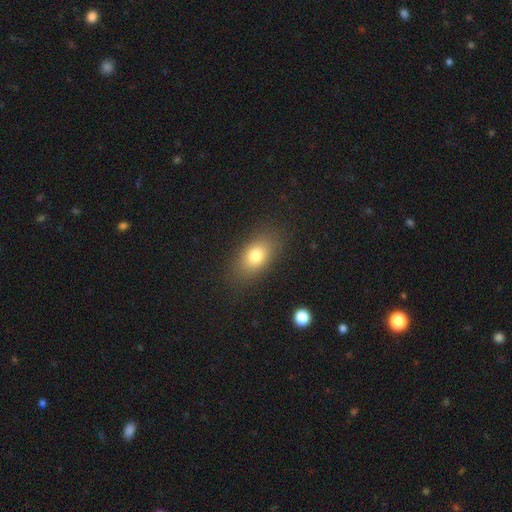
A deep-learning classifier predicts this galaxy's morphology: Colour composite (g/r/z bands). It shows a smooth galaxy with no disk features (78%) that is in between round and cigar-shaped (84%). Merging: none (84%).